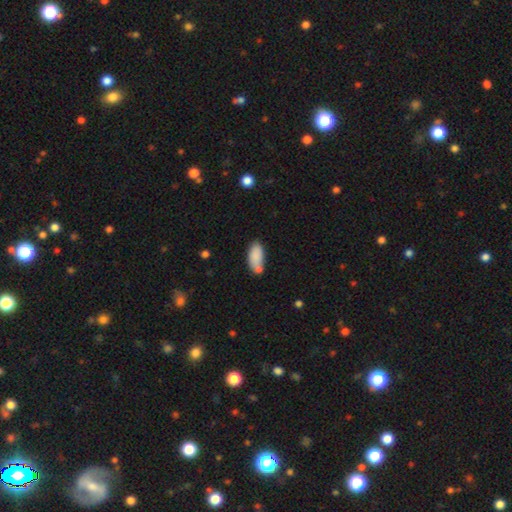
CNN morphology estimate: Q: Smooth or featured?
A: smooth (84%); runner-up: featured or disk (9%)
Q: How rounded?
A: in between (90%); runner-up: cigar-shaped (8%)
Q: Merging?
A: none (52%); runner-up: merger (22%)